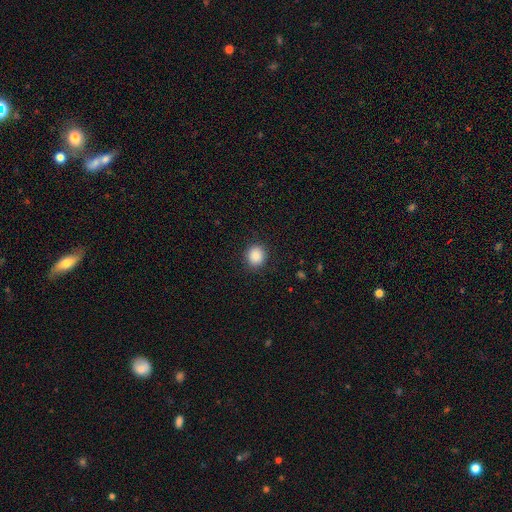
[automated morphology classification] The model was most divided on "how rounded": round: 85%, in between: 14%, cigar-shaped: 1%. More confident: merging — none (90%); smooth or featured — smooth (88%).